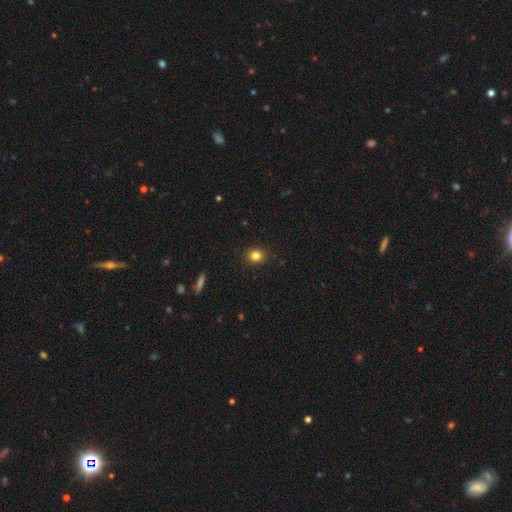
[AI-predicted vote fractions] smooth 82%, star or artifact 12%, featured or disk 6%. Down the decision tree: how rounded — round (73%); merging — none (90%).